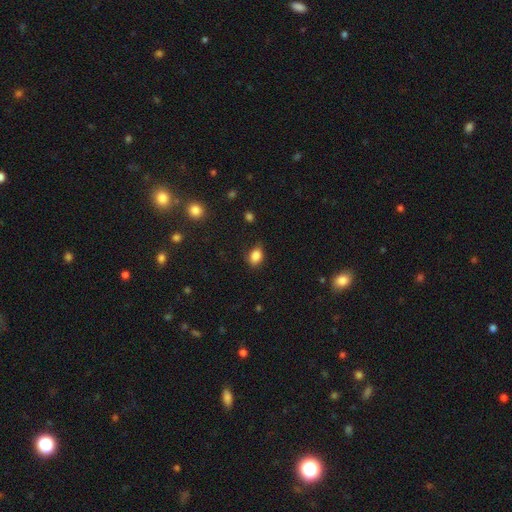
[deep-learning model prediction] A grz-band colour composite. It shows a smooth galaxy with no disk features (86%) that is in between round and cigar-shaped (71%). Merging: none (72%).